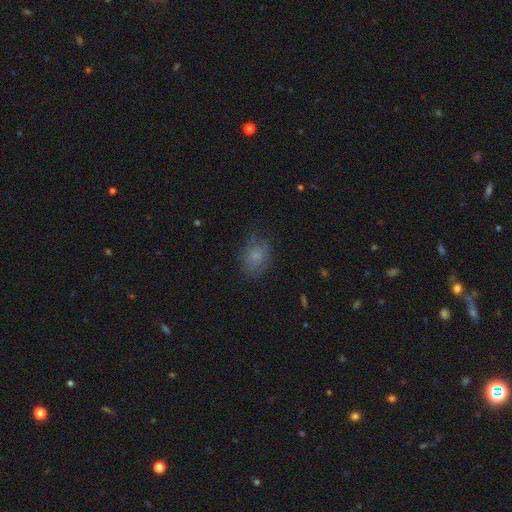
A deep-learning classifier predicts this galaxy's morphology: smooth-or-featured: smooth: 69% | featured or disk: 20% | star or artifact: 11%
  how-rounded: in between: 66% | round: 32% | cigar-shaped: 1%
  merging: none: 62% | minor disturbance: 25% | major disturbance: 12% | merger: 1%